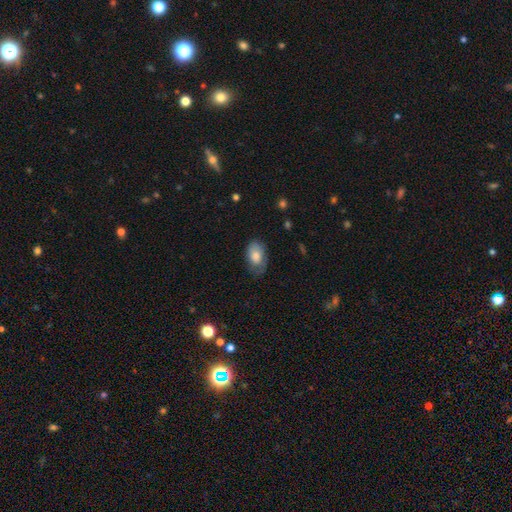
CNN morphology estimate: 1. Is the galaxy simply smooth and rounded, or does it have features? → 76% smooth, 17% featured or disk, 7% star or artifact.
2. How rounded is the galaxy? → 90% in between, 9% round, 1% cigar-shaped.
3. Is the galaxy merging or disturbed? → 55% none, 31% minor disturbance, 12% major disturbance, 1% merger.